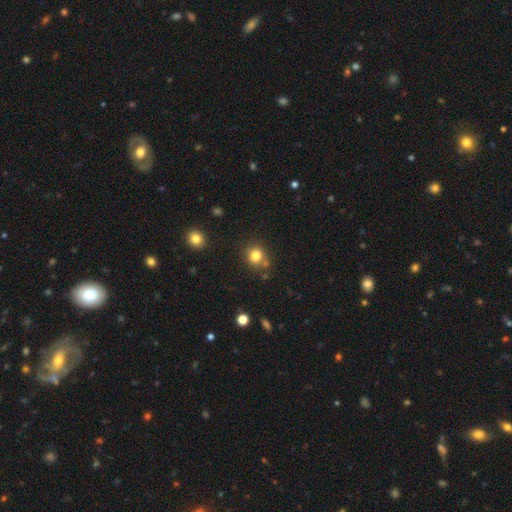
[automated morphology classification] The model was most divided on "merging": none: 75%, minor disturbance: 11%, merger: 10%, major disturbance: 4%. More confident: how rounded — round (85%); smooth or featured — smooth (80%).